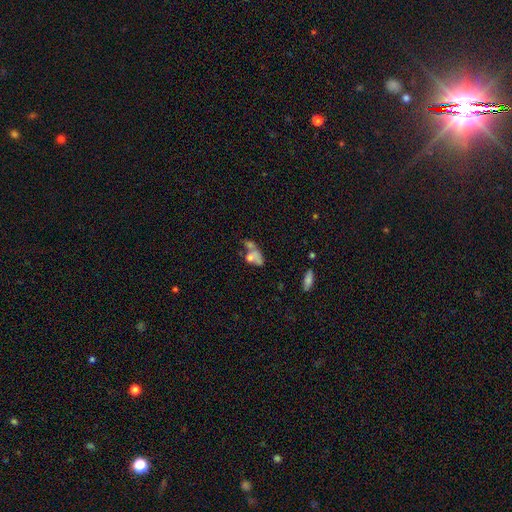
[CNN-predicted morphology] smooth_or_featured: smooth (p=0.50) [alt: featured or disk p=0.33]
merging: merger (p=0.45) [alt: none p=0.26]